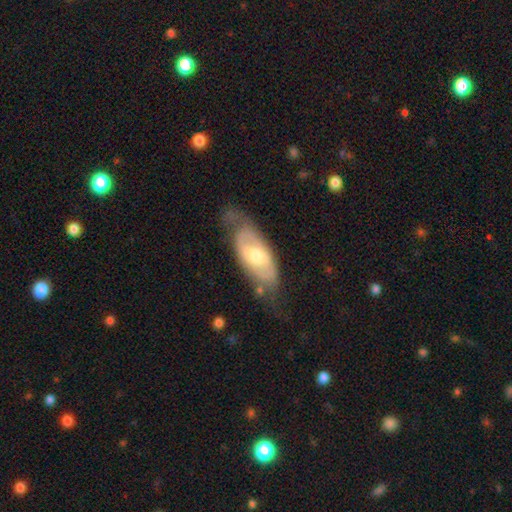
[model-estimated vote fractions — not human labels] smooth-or-featured: featured or disk: 60% | smooth: 34% | star or artifact: 6%
  disk-edge-on: no: 85% | yes: 15%
    bar: weak: 40% | no: 38% | strong: 22%
    has-spiral-arms: yes: 60% | no: 40%
    bulge-size: moderate: 54% | small: 37% | large: 7% | none: 2% | dominant: 1%
  merging: none: 52% | minor disturbance: 28% | major disturbance: 17% | merger: 3%